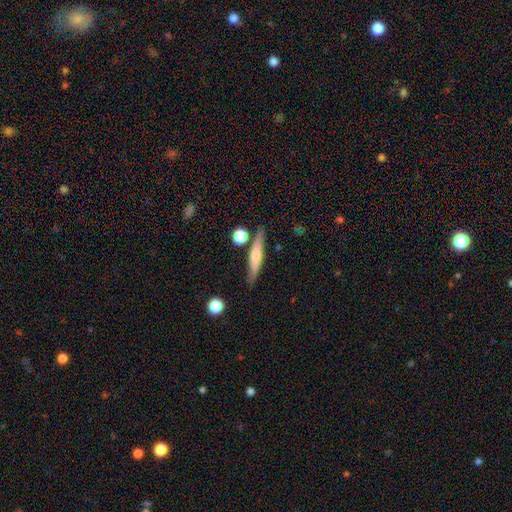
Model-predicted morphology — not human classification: Smooth or featured?
  - smooth: 50% *
  - featured or disk: 43%
  - star or artifact: 7%
How rounded?
  - cigar-shaped: 86% *
  - in between: 11%
  - round: 3%
Merging?
  - none: 78% *
  - minor disturbance: 12%
  - merger: 7%
  - major disturbance: 3%